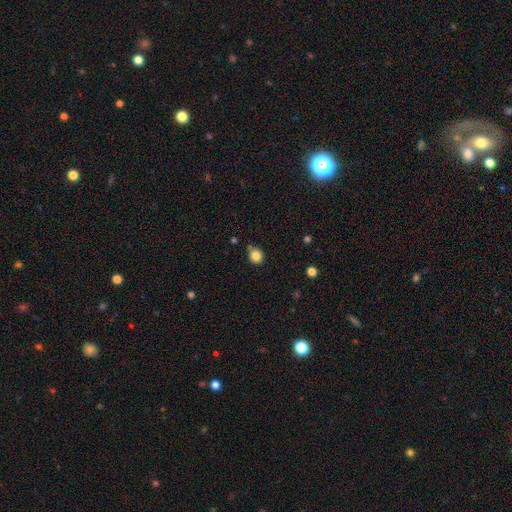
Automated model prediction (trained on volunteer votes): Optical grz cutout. It shows a smooth galaxy with no disk features (83%) that is round (75%). Merging: none (69%).